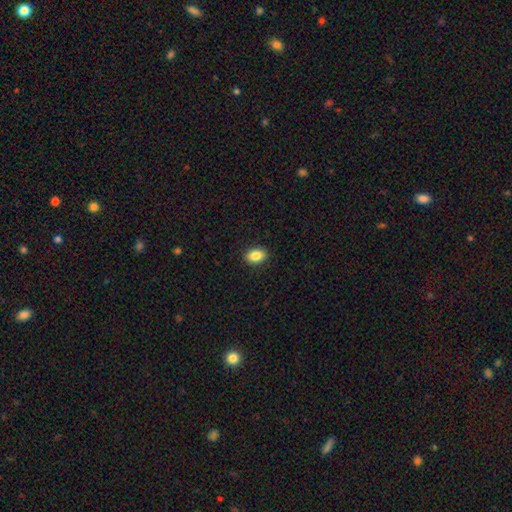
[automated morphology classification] A smooth galaxy with no disk features (86%) that is in between round and cigar-shaped (85%).

Vote fractions:
- Smooth or featured? smooth: 86% / star or artifact: 8% / featured or disk: 6%
- How rounded? in between: 85% / round: 14% / cigar-shaped: 2%
- Merging? none: 90% / minor disturbance: 7% / major disturbance: 2% / merger: 1%